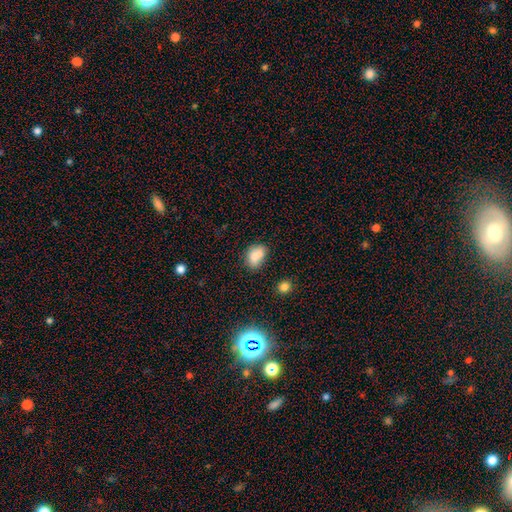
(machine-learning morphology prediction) This appears to be a smooth galaxy with no disk features (81%) that is in between round and cigar-shaped (80%). Merging: none (58%).